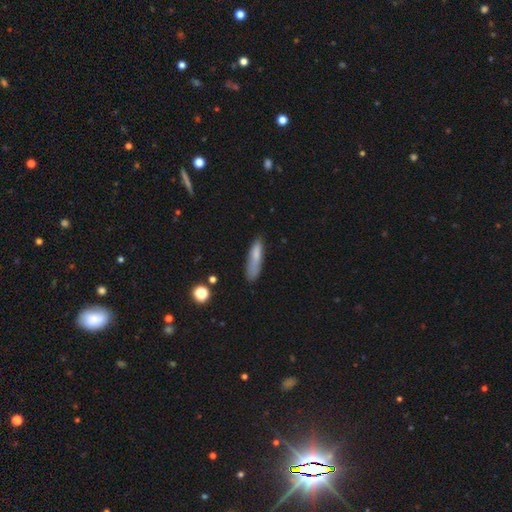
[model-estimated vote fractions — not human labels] smooth_or_featured: smooth (p=0.77) [alt: featured or disk p=0.14]
how_rounded: cigar-shaped (p=0.78) [alt: in between p=0.21]
merging: none (p=0.66) [alt: minor disturbance p=0.24]